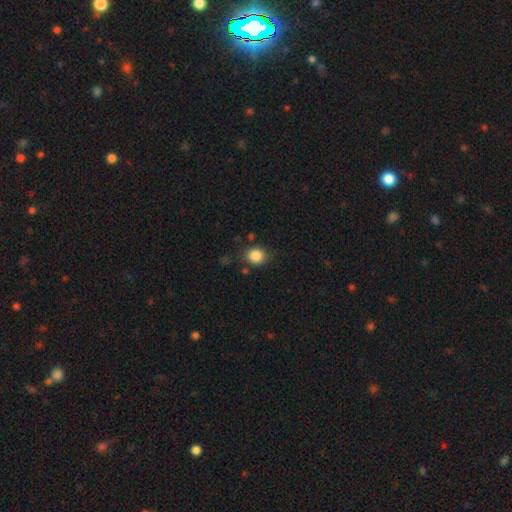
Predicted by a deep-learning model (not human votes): Smooth or featured: smooth — 86% (star or artifact — 10%)
How rounded: round — 81% (in between — 18%)
Merging: none — 83% (minor disturbance — 11%)